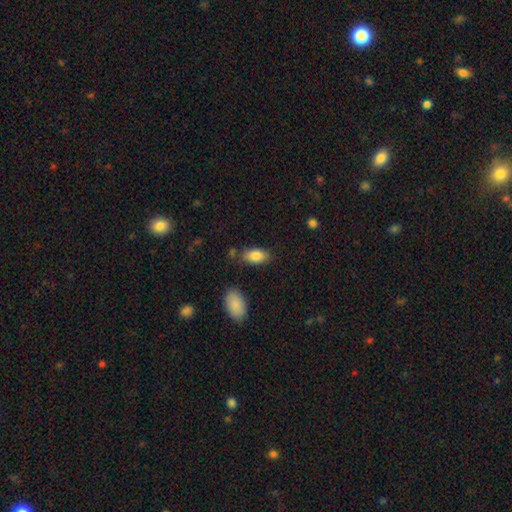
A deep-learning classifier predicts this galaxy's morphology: The model was most divided on "merging": none: 78%, minor disturbance: 14%, merger: 5%, major disturbance: 3%. More confident: how rounded — in between (92%); smooth or featured — smooth (85%).